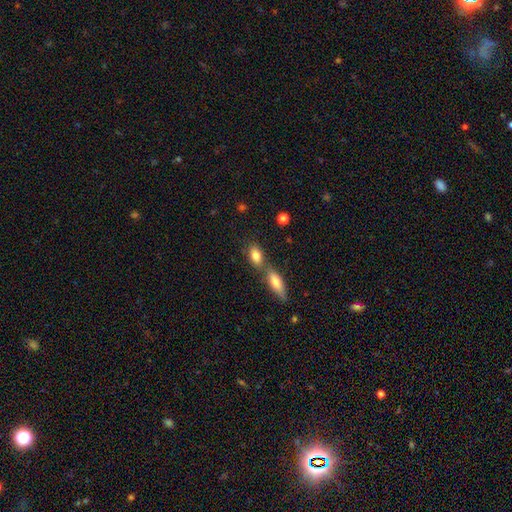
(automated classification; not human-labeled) This is clearly a smooth galaxy (82%). How rounded: clearly in between (84%). Merging: marginally none (45%).